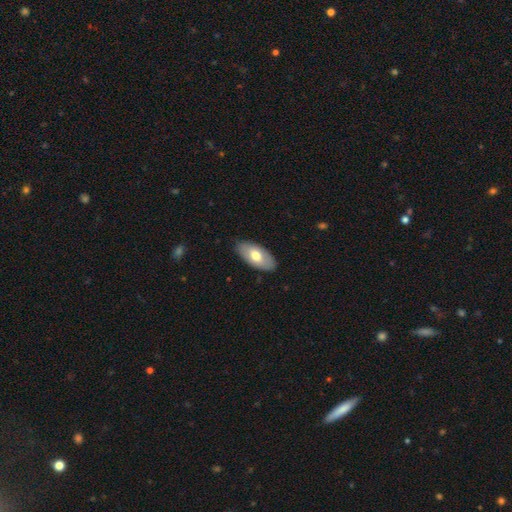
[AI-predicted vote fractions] Smooth or featured? smooth (64%)
How rounded? in between (93%)
Merging? none (85%)